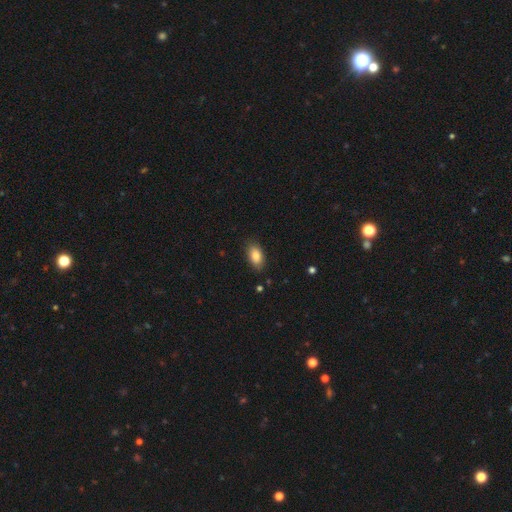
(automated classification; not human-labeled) The model was most divided on "merging": none: 84%, minor disturbance: 12%, major disturbance: 3%, merger: 1%. More confident: how rounded — in between (91%); smooth or featured — smooth (85%).